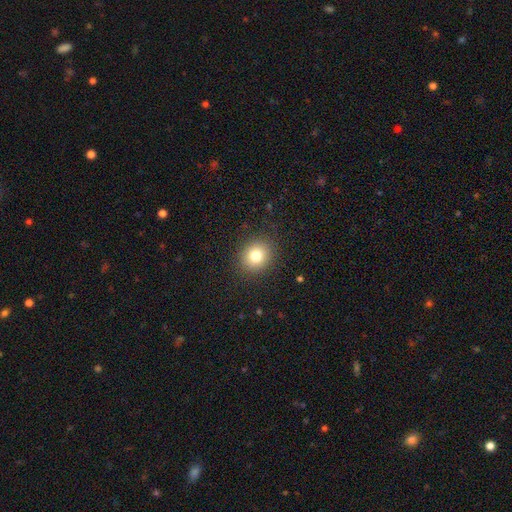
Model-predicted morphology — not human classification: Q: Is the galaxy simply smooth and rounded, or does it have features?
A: smooth — 79%.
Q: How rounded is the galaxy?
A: round — 73%.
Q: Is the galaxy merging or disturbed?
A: none — 89%.